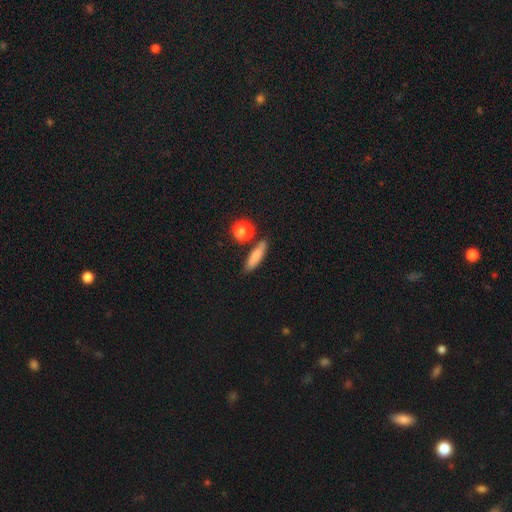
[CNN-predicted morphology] smooth-or-featured: smooth: 76% | featured or disk: 15% | star or artifact: 9%
  how-rounded: cigar-shaped: 64% | in between: 30% | round: 6%
  merging: none: 79% | minor disturbance: 12% | merger: 6% | major disturbance: 3%